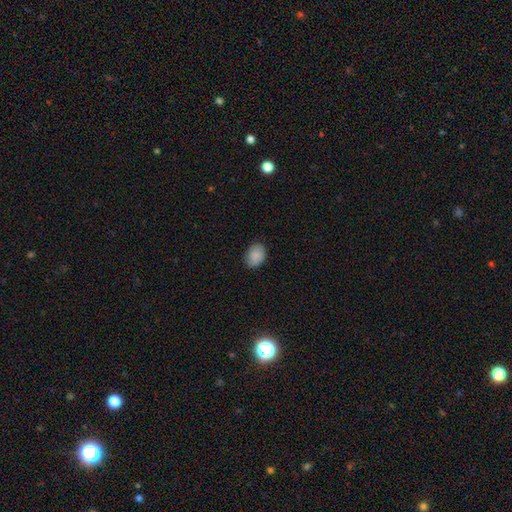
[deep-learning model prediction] Overall: smooth (87%). How rounded: in between (67%; round 32%). Merging: none (83%).